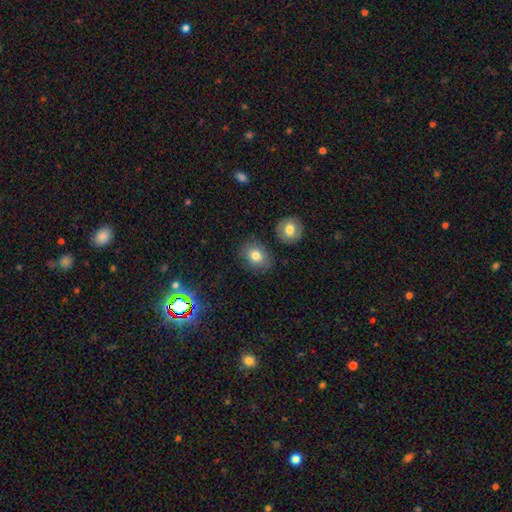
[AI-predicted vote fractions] Overall: smooth (79%). How rounded: round (53%; in between 46%). Merging: none (81%).